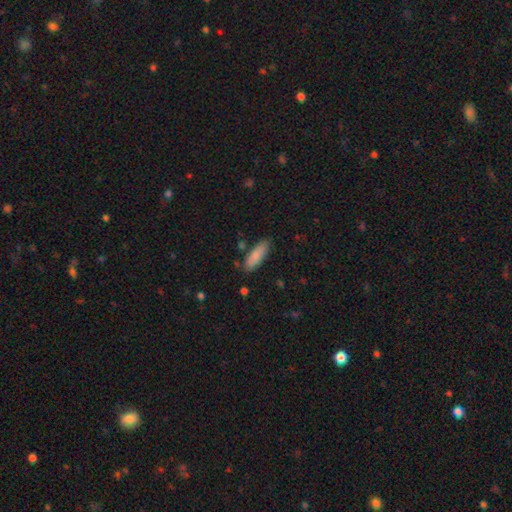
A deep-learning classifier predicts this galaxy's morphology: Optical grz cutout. It shows a smooth galaxy with no disk features (82%) that is in between round and cigar-shaped (59%). Merging: none (82%).